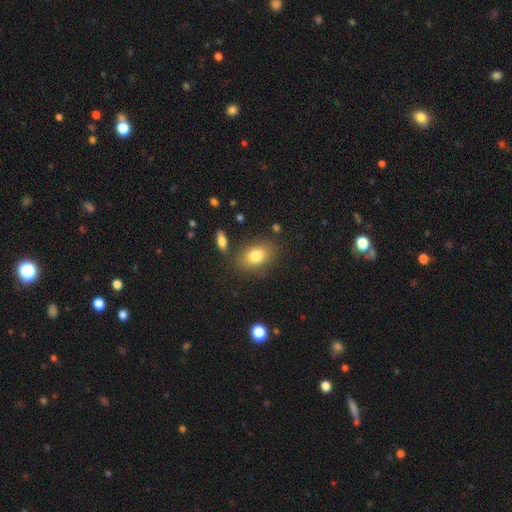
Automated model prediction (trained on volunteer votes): A smooth galaxy with no disk features (80%) that is in between round and cigar-shaped (81%).

Vote fractions:
- Smooth or featured? smooth: 80% / featured or disk: 11% / star or artifact: 9%
- How rounded? in between: 81% / round: 17% / cigar-shaped: 2%
- Merging? none: 79% / minor disturbance: 12% / merger: 5% / major disturbance: 4%